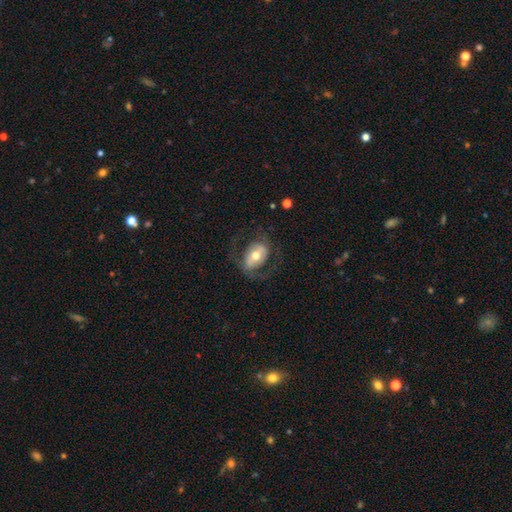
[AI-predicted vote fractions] The model was most divided on "bar": no: 36%, weak: 35%, strong: 29%. More confident: edge-on disk — no (95%); bulge size — moderate (70%); spiral arms — yes (67%); merging — none (65%); smooth or featured — featured or disk (61%).